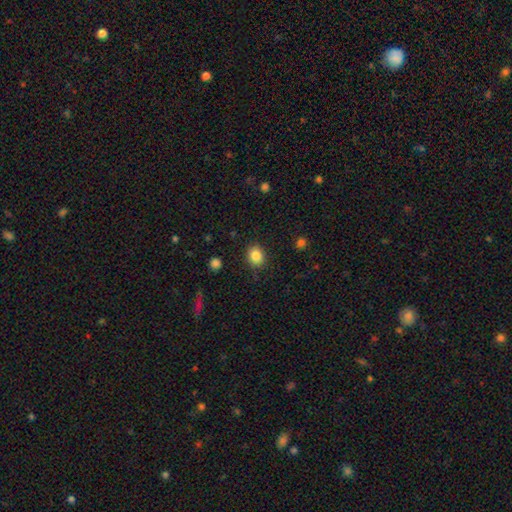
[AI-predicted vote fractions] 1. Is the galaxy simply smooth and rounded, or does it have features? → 85% smooth, 10% star or artifact, 5% featured or disk.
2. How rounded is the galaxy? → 61% round, 38% in between, 1% cigar-shaped.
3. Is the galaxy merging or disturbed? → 87% none, 9% minor disturbance, 3% major disturbance, 1% merger.